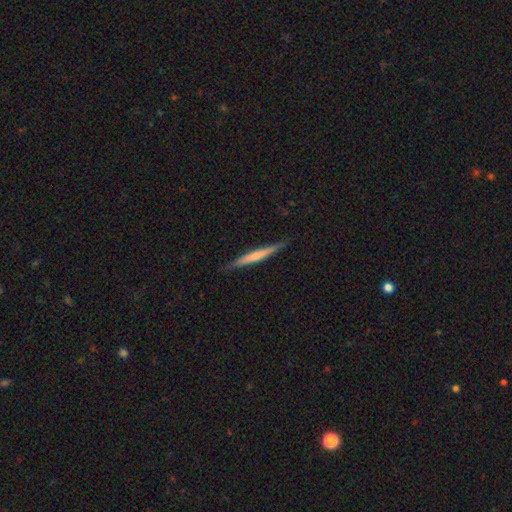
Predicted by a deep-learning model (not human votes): Morphology: type=smooth (49%); merging=none (87%).